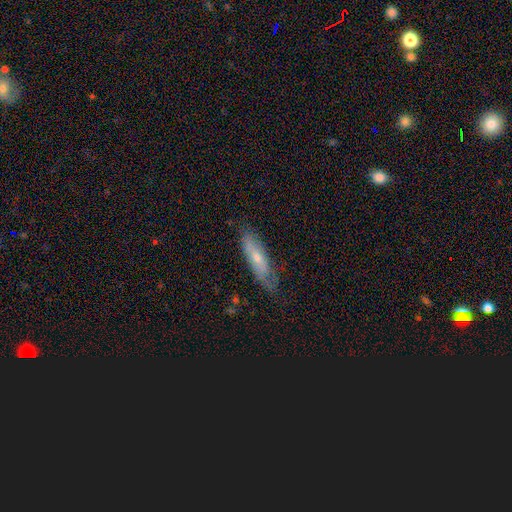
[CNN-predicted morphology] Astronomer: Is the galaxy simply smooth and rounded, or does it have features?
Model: featured or disk — 47% (runner-up: smooth, 46%).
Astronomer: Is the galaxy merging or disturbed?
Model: none — 69%.